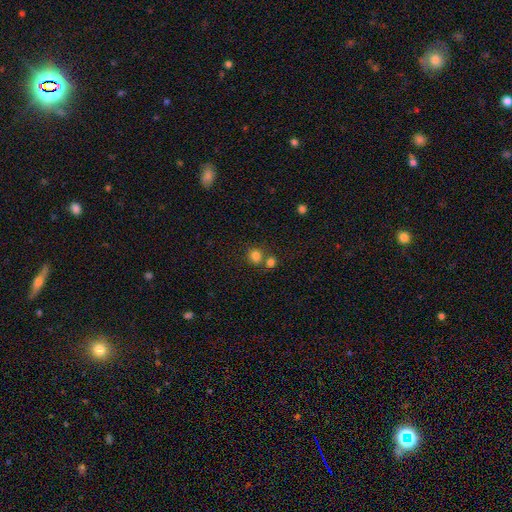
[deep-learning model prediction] Overall: smooth (80%). How rounded: round (82%). Merging: none (59%; merger 29%).